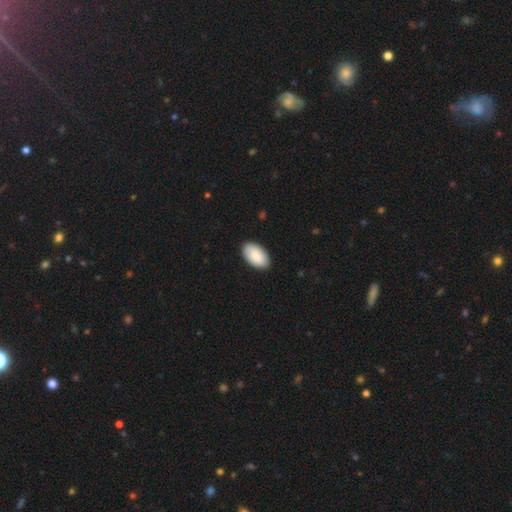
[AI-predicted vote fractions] This is clearly a smooth galaxy (88%). How rounded: clearly in between (96%). Merging: clearly none (89%).